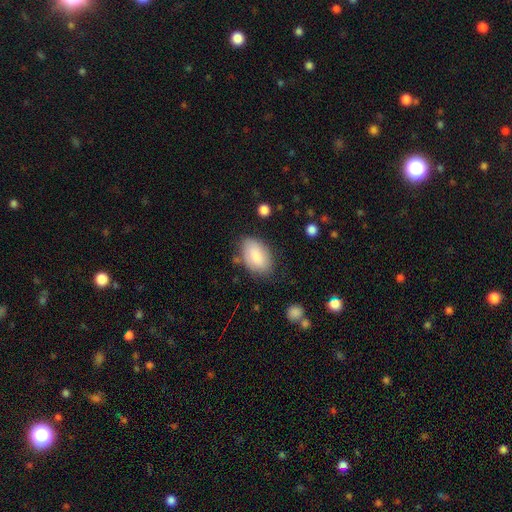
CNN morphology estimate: Smooth or featured?
  - smooth: 81% *
  - featured or disk: 13%
  - star or artifact: 6%
How rounded?
  - in between: 93% *
  - round: 6%
  - cigar-shaped: 1%
Merging?
  - none: 73% *
  - minor disturbance: 19%
  - major disturbance: 5%
  - merger: 3%